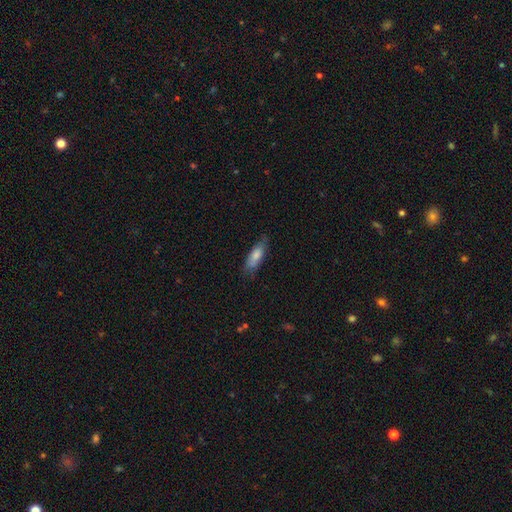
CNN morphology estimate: The model was most divided on "how rounded": in between: 59%, cigar-shaped: 40%, round: 2%. More confident: smooth or featured — smooth (75%); merging — none (69%).